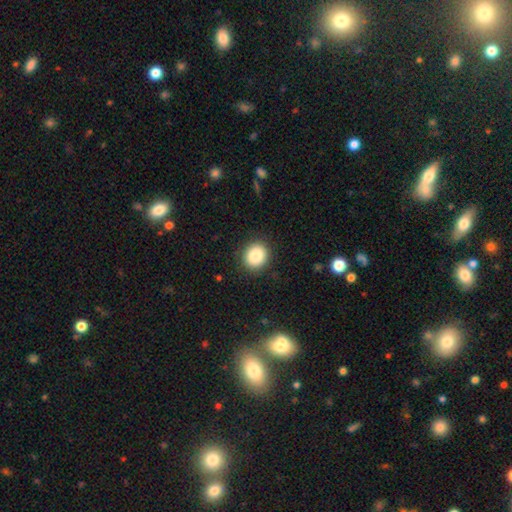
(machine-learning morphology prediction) Smooth or featured? Predicted: smooth (p=0.86). How rounded? Predicted: round (p=0.78). Merging? Predicted: none (p=0.89).